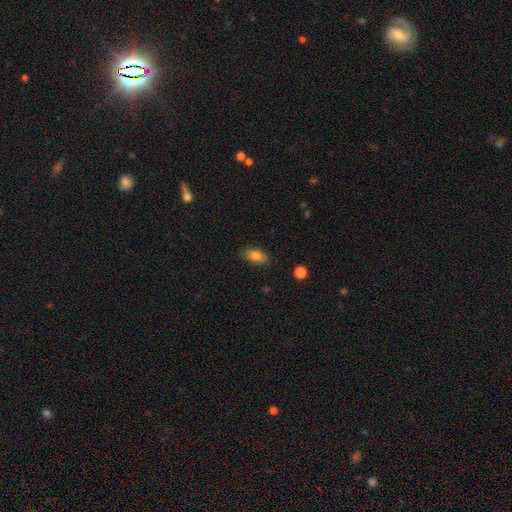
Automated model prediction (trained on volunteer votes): smooth_or_featured: smooth (p=0.82) [alt: featured or disk p=0.10]
how_rounded: in between (p=0.89) [alt: cigar-shaped p=0.06]
merging: none (p=0.84) [alt: minor disturbance p=0.12]